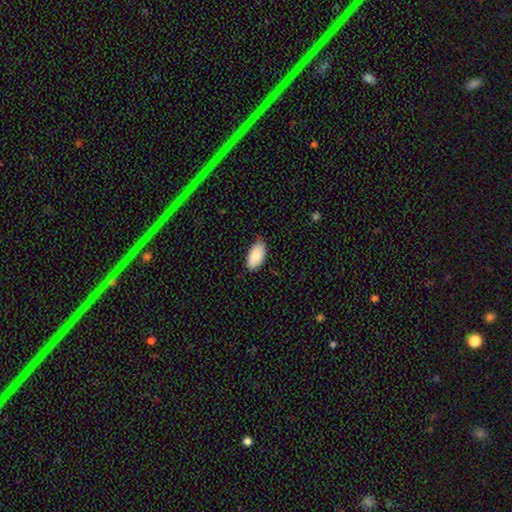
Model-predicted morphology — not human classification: Smooth or featured? Predicted: smooth (p=0.88). How rounded? Predicted: in between (p=0.95). Merging? Predicted: none (p=0.82).